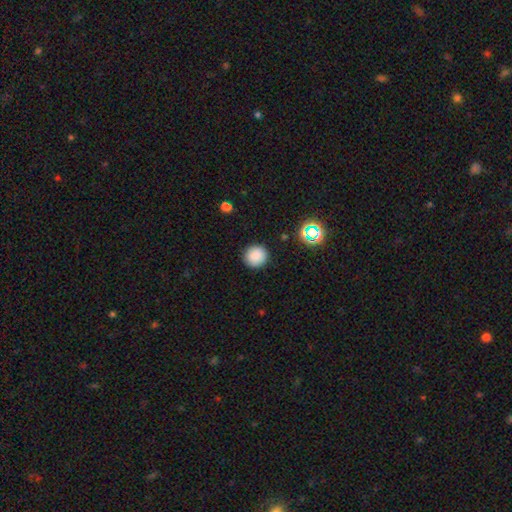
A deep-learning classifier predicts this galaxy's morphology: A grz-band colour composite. It shows a smooth galaxy with no disk features (84%) that is round (91%). Merging: none (90%).